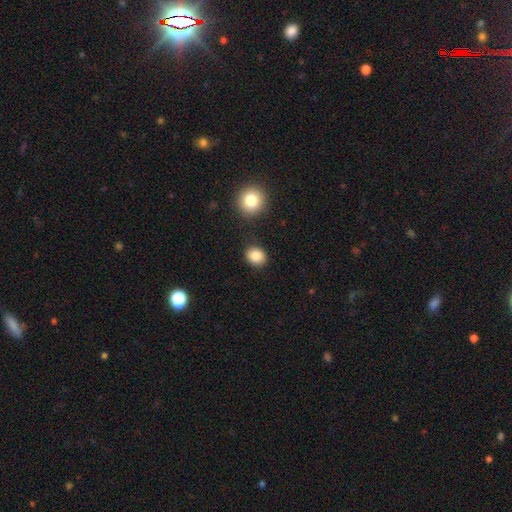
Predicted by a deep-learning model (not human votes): The model was most divided on "how rounded": round: 59%, in between: 40%, cigar-shaped: 1%. More confident: smooth or featured — smooth (85%); merging — none (85%).